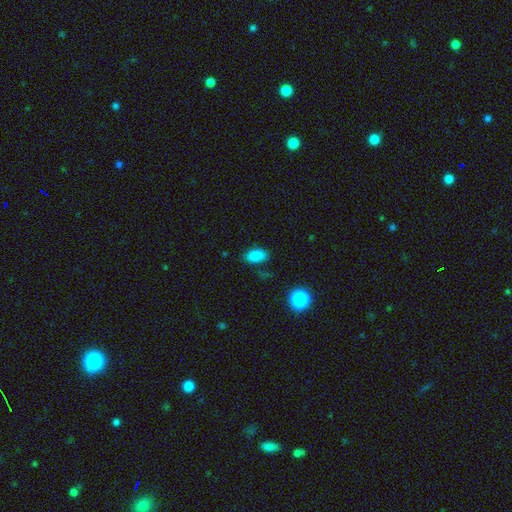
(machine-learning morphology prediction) Smooth or featured? Predicted: smooth (p=0.85). How rounded? Predicted: in between (p=0.89). Merging? Predicted: none (p=0.80).